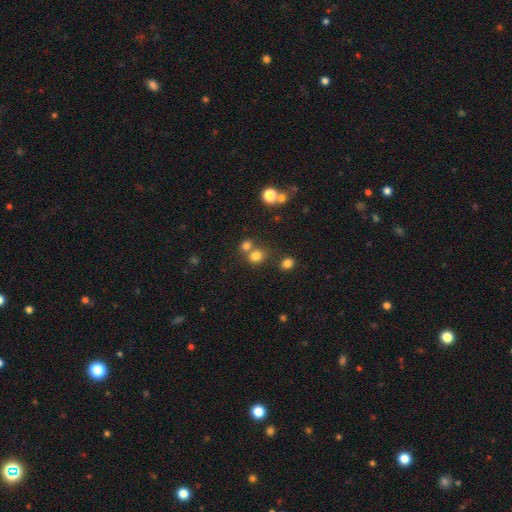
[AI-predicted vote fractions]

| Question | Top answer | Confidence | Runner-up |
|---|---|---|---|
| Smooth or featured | smooth | 76% | star or artifact (16%) |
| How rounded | round | 72% | in between (27%) |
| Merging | none | 52% | merger (35%) |